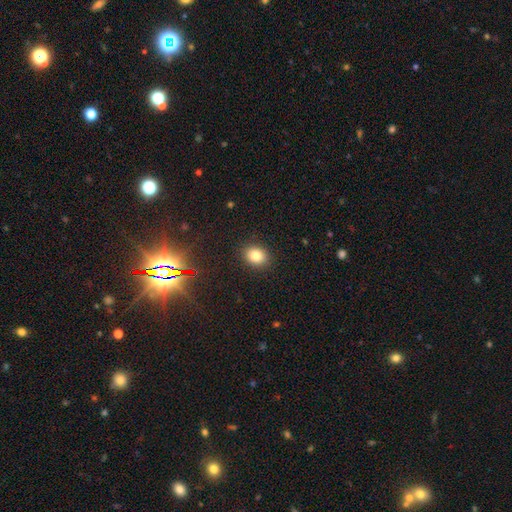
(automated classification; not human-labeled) Smooth or featured? smooth (80%)
How rounded? round (54%)
Merging? none (89%)